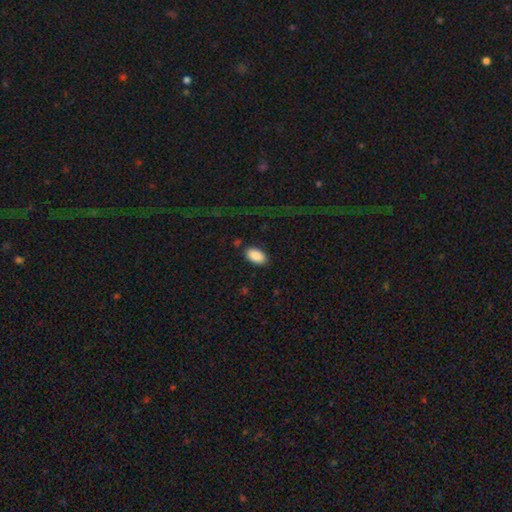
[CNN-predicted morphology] This is clearly a smooth galaxy (89%). How rounded: clearly in between (94%). Merging: clearly none (86%).